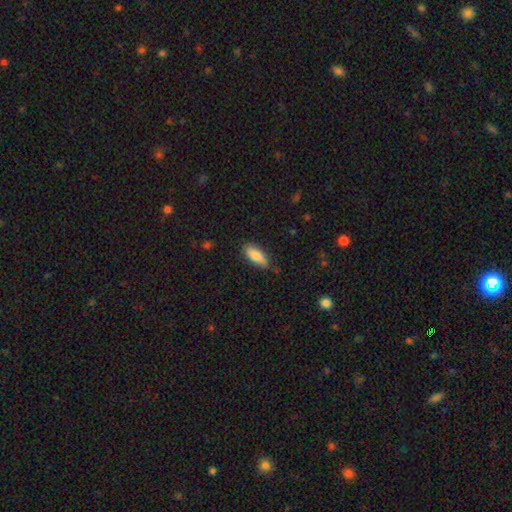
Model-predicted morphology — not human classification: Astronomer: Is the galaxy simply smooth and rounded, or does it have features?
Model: smooth — 80%.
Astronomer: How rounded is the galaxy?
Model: in between — 76%.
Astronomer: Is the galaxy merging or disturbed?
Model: none — 77%.